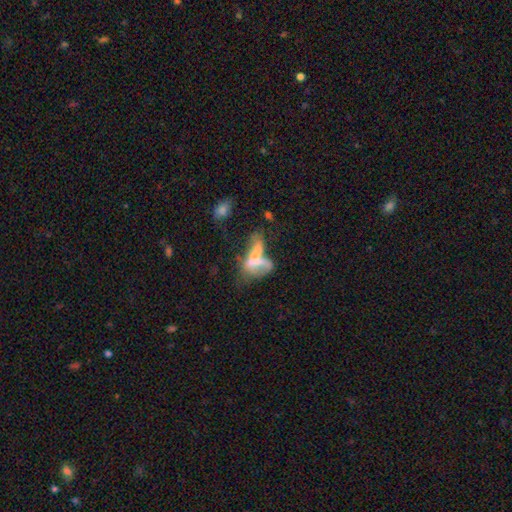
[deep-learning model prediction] smooth-or-featured: featured or disk: 44% | smooth: 40% | star or artifact: 16%
  merging: merger: 46% | major disturbance: 25% | none: 18% | minor disturbance: 11%